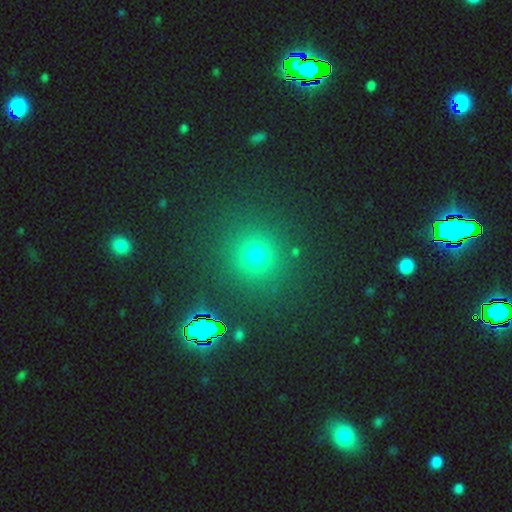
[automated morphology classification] smooth_or_featured: smooth (p=0.66) [alt: star or artifact p=0.28]
how_rounded: round (p=0.93) [alt: in between p=0.06]
merging: none (p=0.88) [alt: minor disturbance p=0.06]